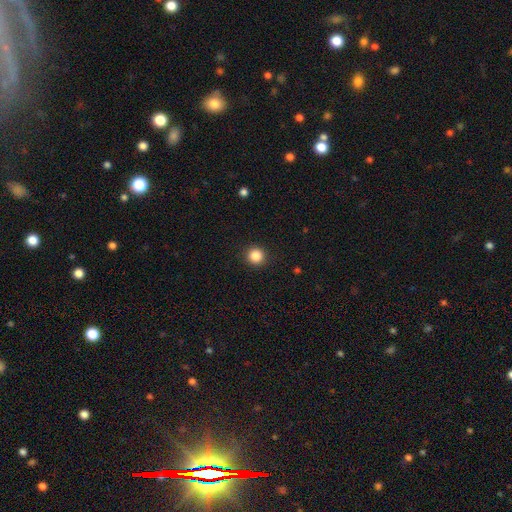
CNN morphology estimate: This is clearly a smooth galaxy (85%). How rounded: clearly round (94%). Merging: clearly none (92%).